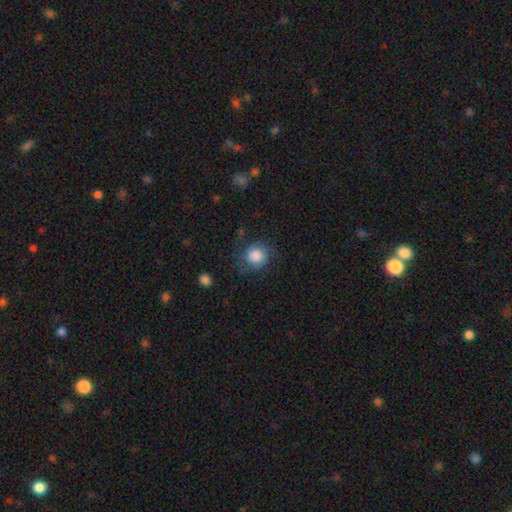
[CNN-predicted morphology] Overall: smooth (73%). How rounded: round (84%). Merging: none (66%).